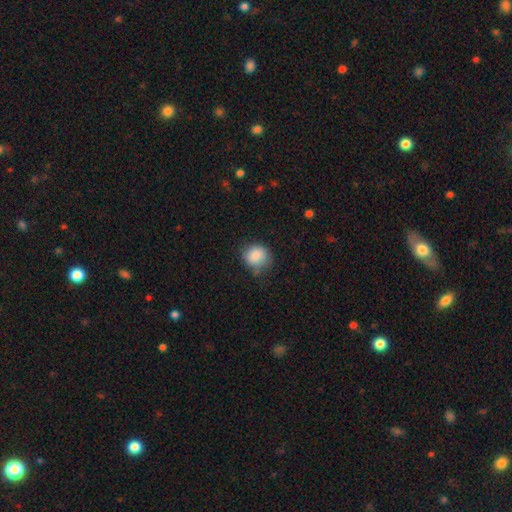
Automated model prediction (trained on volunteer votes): Smooth or featured?
  - smooth: 87% *
  - star or artifact: 8%
  - featured or disk: 6%
How rounded?
  - round: 81% *
  - in between: 18%
  - cigar-shaped: 1%
Merging?
  - none: 63% *
  - minor disturbance: 27%
  - major disturbance: 7%
  - merger: 2%